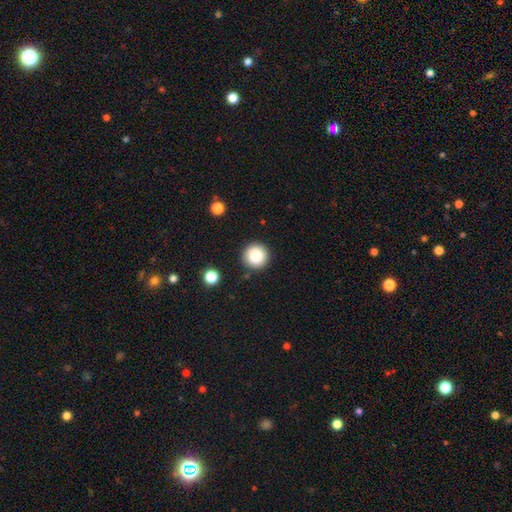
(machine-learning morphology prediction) This appears to be a smooth galaxy with no disk features (85%) that is round (96%). Merging: none (89%).